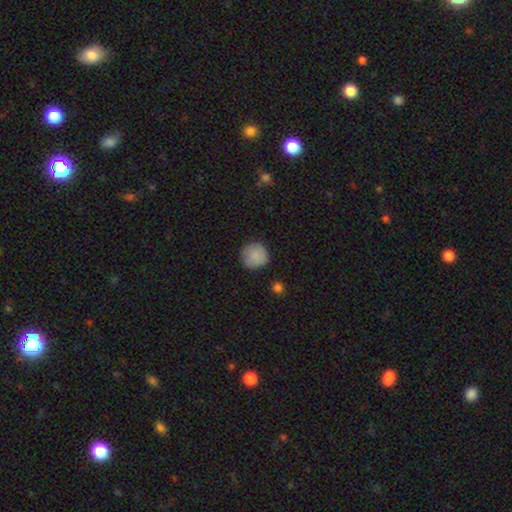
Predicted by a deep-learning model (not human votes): The model was most divided on "merging": none: 83%, minor disturbance: 13%, major disturbance: 3%, merger: 2%. More confident: how rounded — round (93%); smooth or featured — smooth (86%).